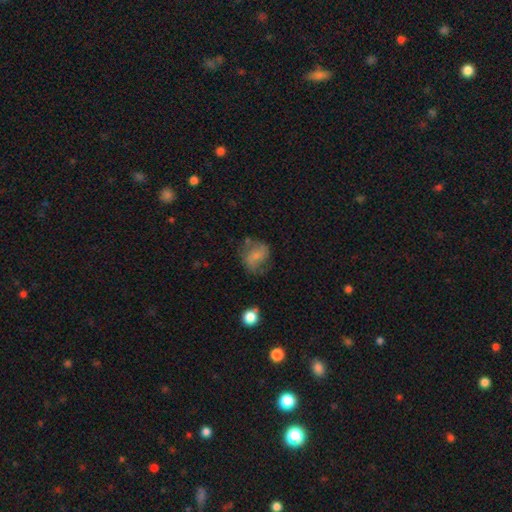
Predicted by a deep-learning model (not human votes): Smooth or featured? smooth (51%)
How rounded? round (56%)
Merging? none (51%)